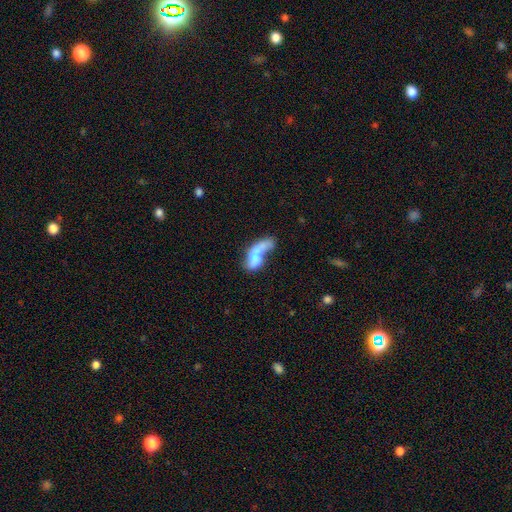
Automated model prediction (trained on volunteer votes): This is possibly a smooth galaxy (55%). How rounded: likely in between (71%). Merging: possibly merger (57%).